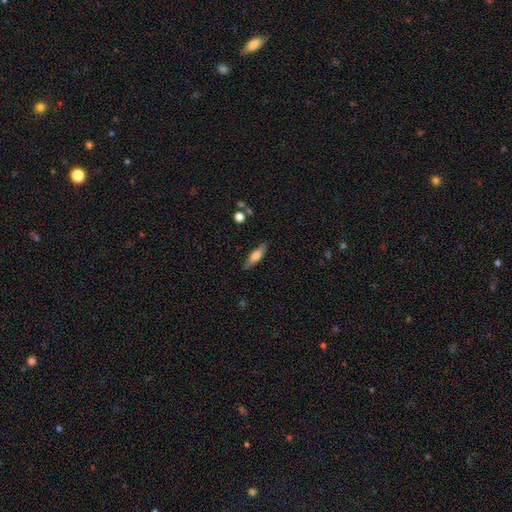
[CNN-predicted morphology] A smooth galaxy with no disk features (62%) that is cigar-shaped (63%). Merging: none (84%).